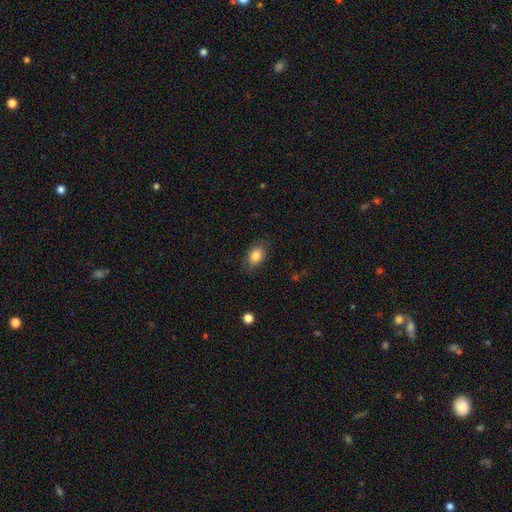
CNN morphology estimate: Smooth or featured: smooth — 83% (featured or disk — 8%)
How rounded: in between — 84% (round — 14%)
Merging: none — 81% (minor disturbance — 14%)